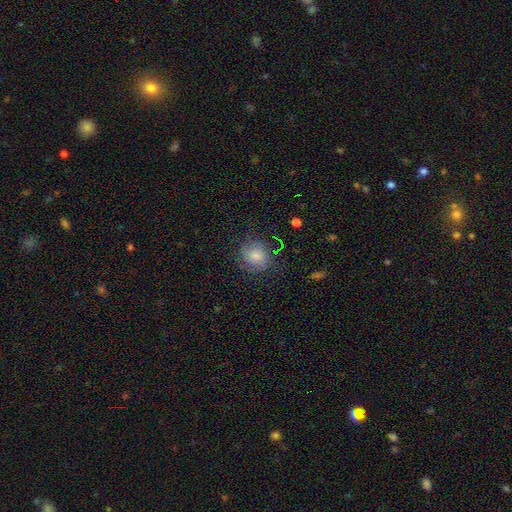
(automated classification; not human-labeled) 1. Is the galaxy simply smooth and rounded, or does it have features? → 51% smooth, 36% featured or disk, 13% star or artifact.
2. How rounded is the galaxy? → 78% round, 20% in between, 1% cigar-shaped.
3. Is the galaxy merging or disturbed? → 72% none, 18% minor disturbance, 9% major disturbance, 1% merger.